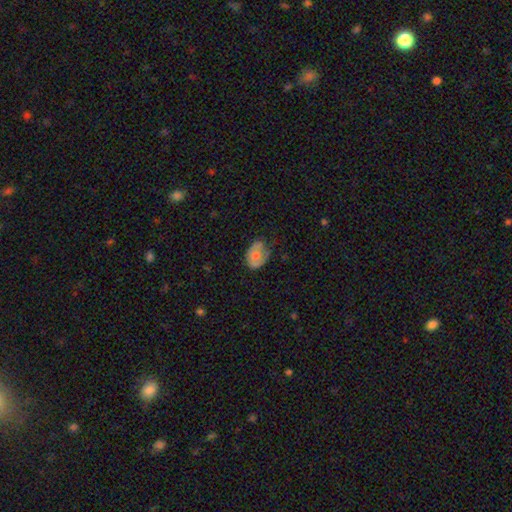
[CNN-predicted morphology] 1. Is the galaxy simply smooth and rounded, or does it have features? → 56% smooth, 37% featured or disk, 7% star or artifact.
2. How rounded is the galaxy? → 70% in between, 29% round, 1% cigar-shaped.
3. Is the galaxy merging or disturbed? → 47% none, 35% minor disturbance, 16% major disturbance, 2% merger.